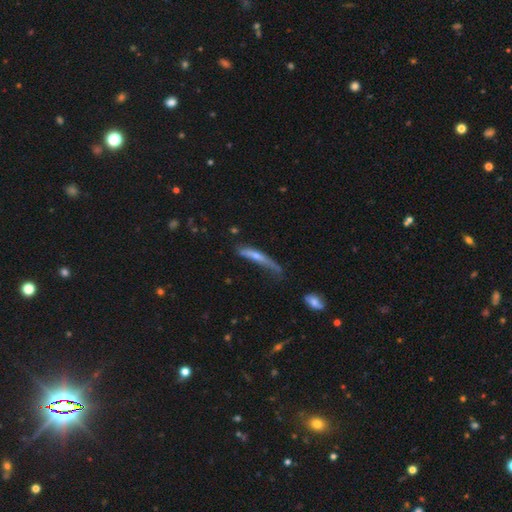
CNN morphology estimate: Smooth or featured? featured or disk (49%)
Merging? none (44%)